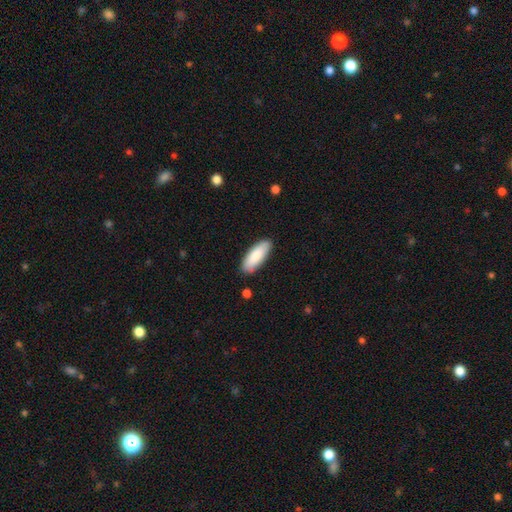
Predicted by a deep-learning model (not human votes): A smooth galaxy with no disk features (85%) that is in between round and cigar-shaped (68%).

Vote fractions:
- Smooth or featured? smooth: 85% / featured or disk: 10% / star or artifact: 5%
- How rounded? in between: 68% / cigar-shaped: 31% / round: 1%
- Merging? none: 87% / minor disturbance: 10% / major disturbance: 2% / merger: 2%